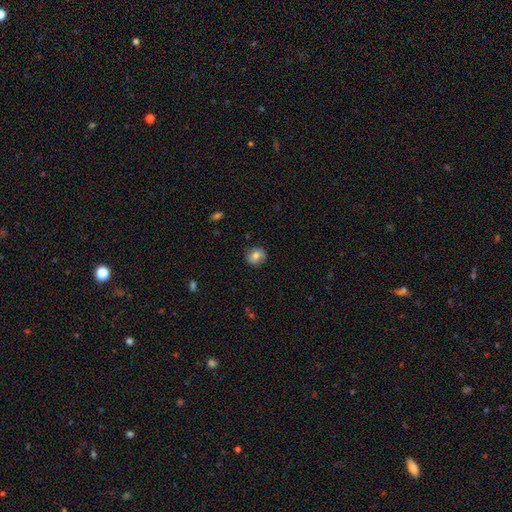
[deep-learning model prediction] Overall: smooth (79%). How rounded: round (69%; in between 30%). Merging: none (86%).